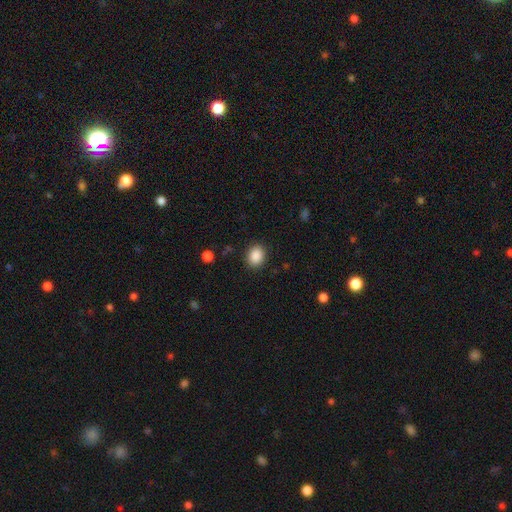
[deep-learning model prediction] Morphology: type=smooth (88%); roundness=round (53%); merging=none (89%).